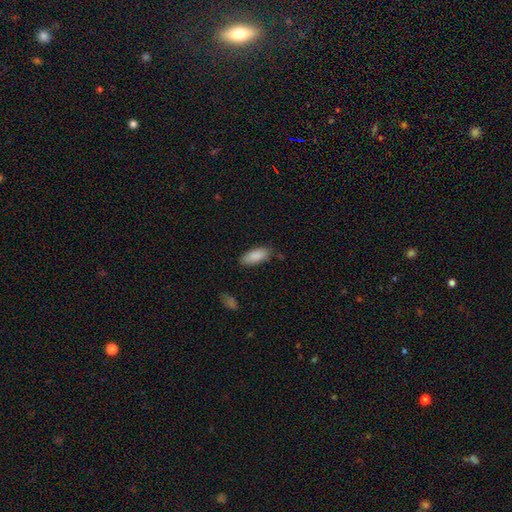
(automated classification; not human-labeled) Smooth or featured: smooth — 88% (star or artifact — 6%)
How rounded: in between — 82% (cigar-shaped — 16%)
Merging: none — 75% (minor disturbance — 19%)